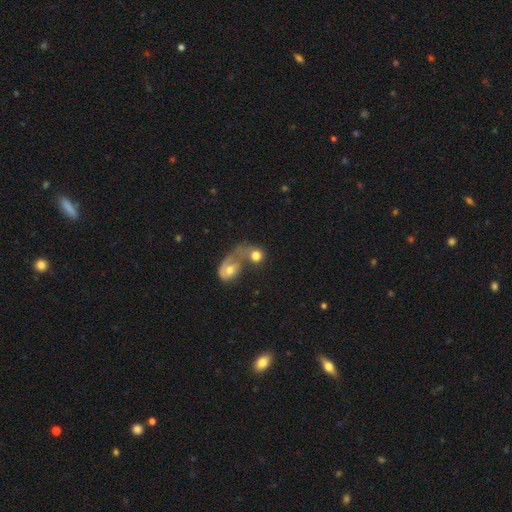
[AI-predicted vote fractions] This appears to be a smooth galaxy with no disk features (66%) that is round (73%). Merging: merger (60%).